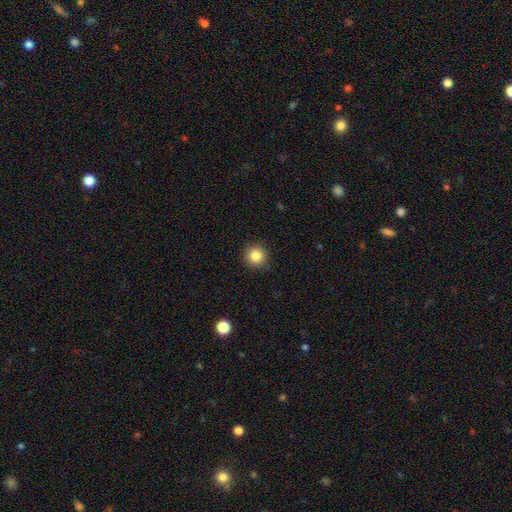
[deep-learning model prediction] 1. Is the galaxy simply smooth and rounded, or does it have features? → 84% smooth, 10% star or artifact, 5% featured or disk.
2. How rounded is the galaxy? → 95% round, 4% in between, 1% cigar-shaped.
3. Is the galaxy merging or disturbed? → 91% none, 6% minor disturbance, 2% major disturbance, 1% merger.